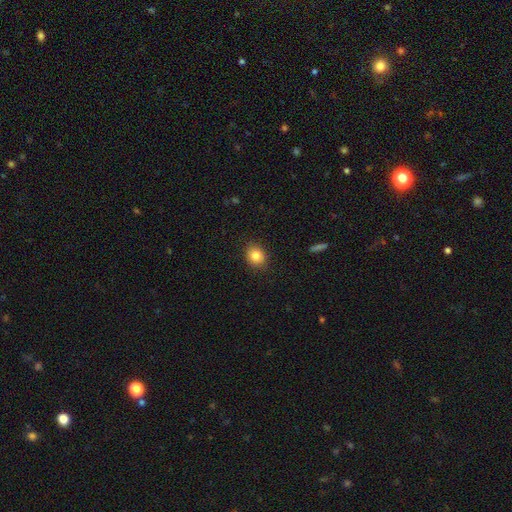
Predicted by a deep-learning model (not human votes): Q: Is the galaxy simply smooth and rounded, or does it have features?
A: smooth — 83%.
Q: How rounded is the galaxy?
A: round — 60%.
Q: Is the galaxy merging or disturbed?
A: none — 88%.